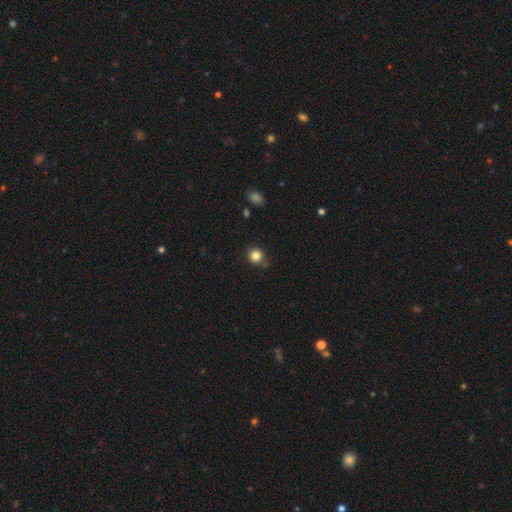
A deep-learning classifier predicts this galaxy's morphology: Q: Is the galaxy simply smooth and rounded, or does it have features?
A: smooth — 83%.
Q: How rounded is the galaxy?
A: round — 91%.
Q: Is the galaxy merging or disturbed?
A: none — 79%.